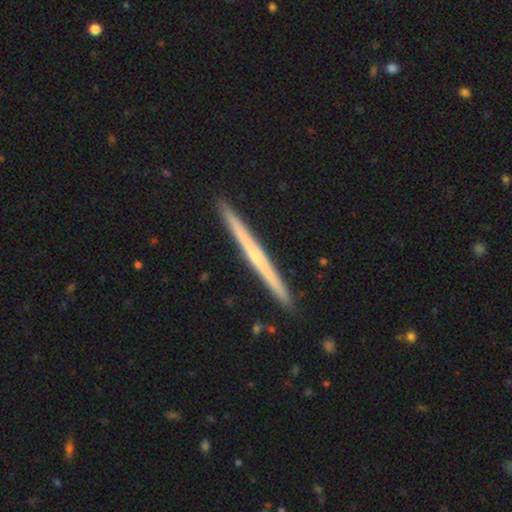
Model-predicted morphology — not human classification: smooth_or_featured: featured or disk (p=0.60) [alt: smooth p=0.35]
disk_edge_on: yes (p=0.98) [alt: no p=0.02]
edge_on_bulge: none (p=0.74) [alt: rounded p=0.21]
merging: none (p=0.93) [alt: minor disturbance p=0.05]